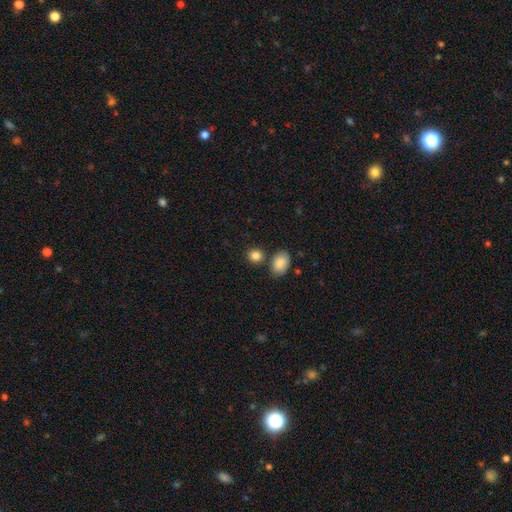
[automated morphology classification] The model was most divided on "how rounded": round: 75%, in between: 24%, cigar-shaped: 1%. More confident: smooth or featured — smooth (86%); merging — none (73%).